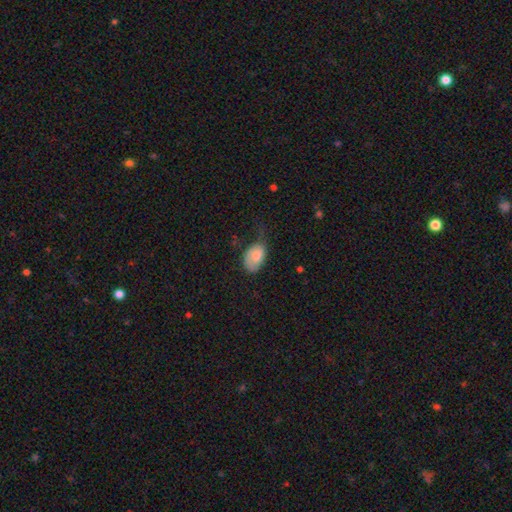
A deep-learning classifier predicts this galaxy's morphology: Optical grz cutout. It shows a smooth galaxy with no disk features (75%) that is in between round and cigar-shaped (90%). Merging: minor disturbance (38%).